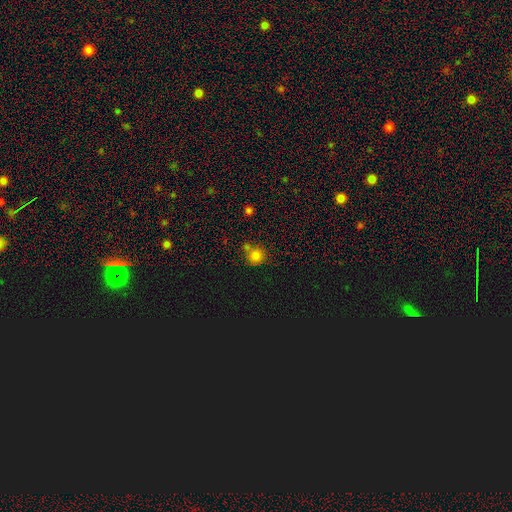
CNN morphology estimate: Smooth or featured?
  - smooth: 77% *
  - star or artifact: 17%
  - featured or disk: 6%
How rounded?
  - round: 89% *
  - in between: 10%
  - cigar-shaped: 1%
Merging?
  - none: 61% *
  - merger: 22%
  - minor disturbance: 13%
  - major disturbance: 4%